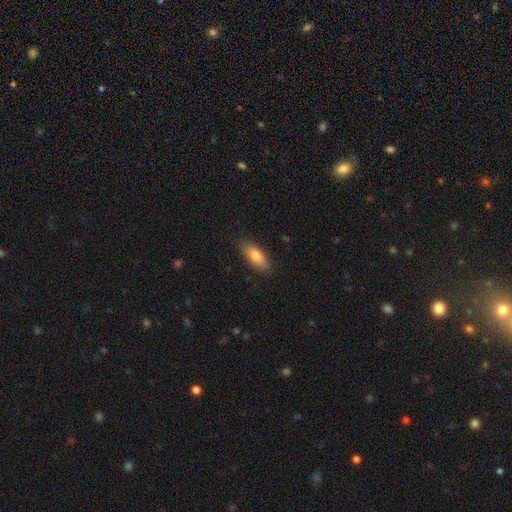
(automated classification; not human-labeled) Smooth or featured? Predicted: smooth (p=0.79). How rounded? Predicted: in between (p=0.74). Merging? Predicted: none (p=0.85).